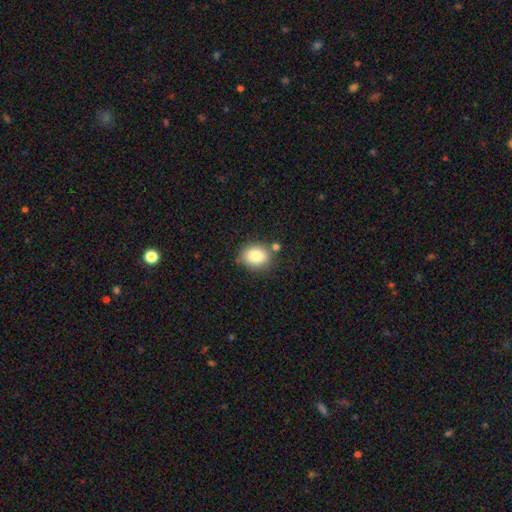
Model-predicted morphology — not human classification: This is clearly a smooth galaxy (84%). How rounded: possibly in between (56%). Merging: likely none (75%).